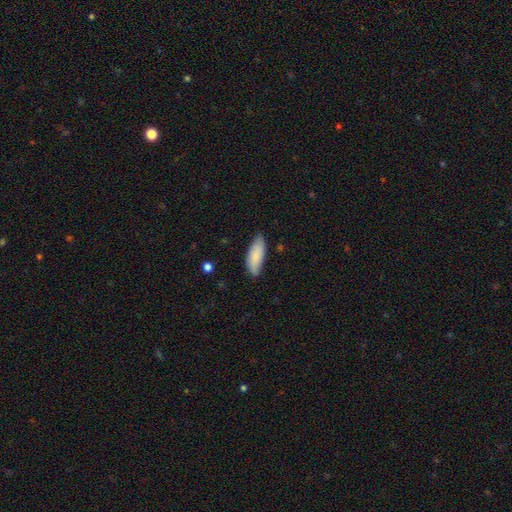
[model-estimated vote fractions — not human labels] This is clearly a smooth galaxy (85%). How rounded: likely in between (73%). Merging: likely none (76%).